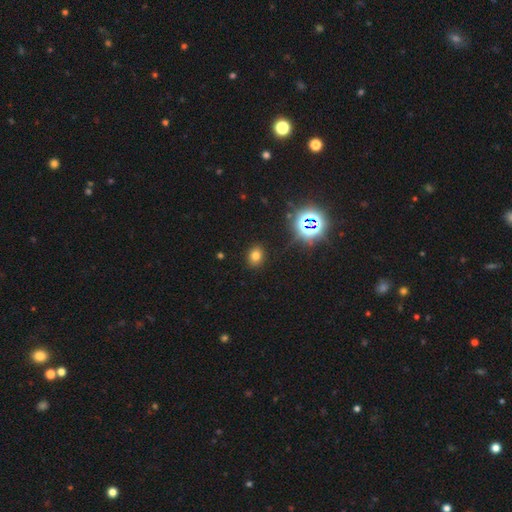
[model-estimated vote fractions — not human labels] The model was most divided on "how rounded": round: 51%, in between: 48%, cigar-shaped: 1%. More confident: merging — none (88%); smooth or featured — smooth (71%).